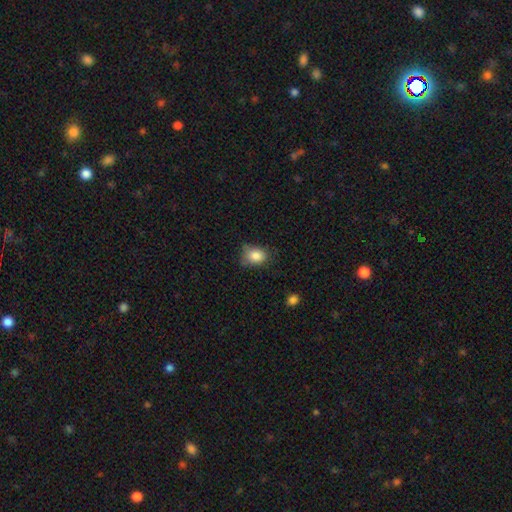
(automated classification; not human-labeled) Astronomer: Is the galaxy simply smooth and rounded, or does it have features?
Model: smooth — 84%.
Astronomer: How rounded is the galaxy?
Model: in between — 61% (runner-up: round, 37%).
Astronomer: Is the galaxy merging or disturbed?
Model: none — 54% (runner-up: minor disturbance, 34%).